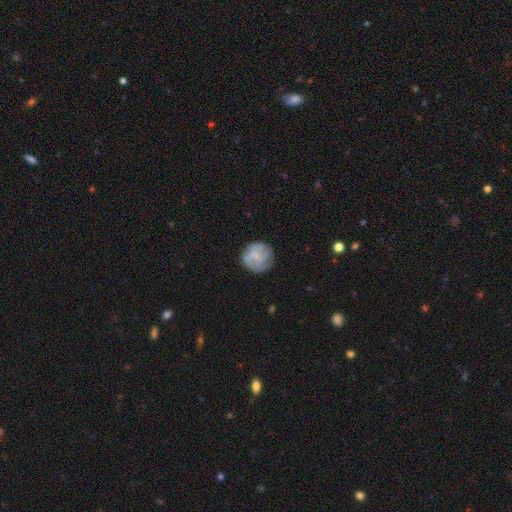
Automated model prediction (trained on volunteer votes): Smooth or featured: smooth — 61% (featured or disk — 31%)
How rounded: round — 92% (in between — 7%)
Merging: none — 73% (minor disturbance — 18%)